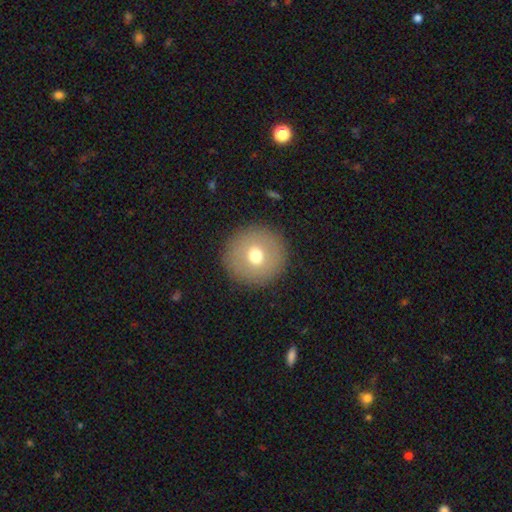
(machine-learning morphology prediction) Smooth or featured?
  - smooth: 69% *
  - featured or disk: 20%
  - star or artifact: 11%
How rounded?
  - round: 96% *
  - in between: 3%
  - cigar-shaped: 1%
Merging?
  - none: 91% *
  - minor disturbance: 5%
  - major disturbance: 3%
  - merger: 1%